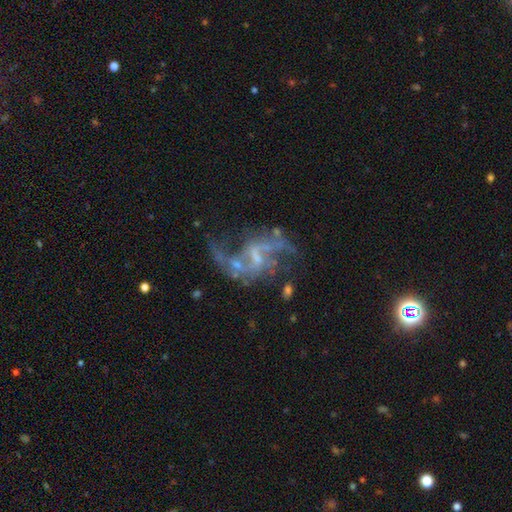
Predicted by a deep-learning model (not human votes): The model was most divided on "bulge size": small: 47%, none: 34%, moderate: 16%, large: 2%, dominant: 1%. Remaining: edge-on disk — no (97%); spiral arms — yes (86%); smooth or featured — featured or disk (83%); spiral arm count — 2 (81%); spiral winding — loose (75%); bar — weak (49%); merging — none (45%).